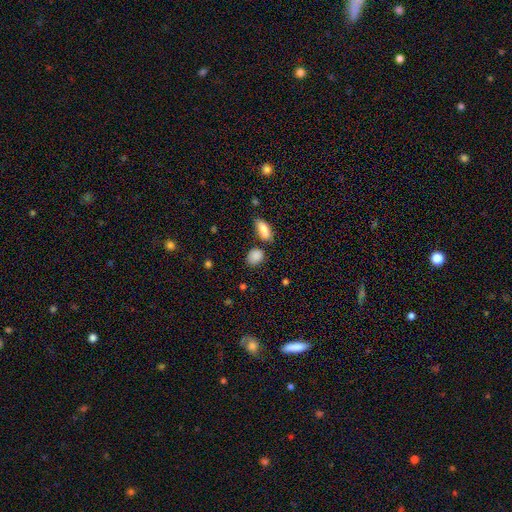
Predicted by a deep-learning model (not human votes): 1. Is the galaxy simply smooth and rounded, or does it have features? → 86% smooth, 8% star or artifact, 5% featured or disk.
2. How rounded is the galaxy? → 54% in between, 43% round, 2% cigar-shaped.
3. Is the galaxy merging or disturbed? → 71% none, 16% minor disturbance, 10% merger, 4% major disturbance.